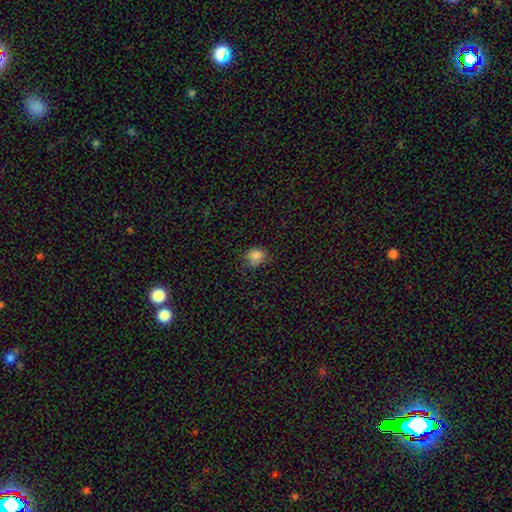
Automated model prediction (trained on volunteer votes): A smooth galaxy with no disk features (83%) that is round (63%).

Vote fractions:
- Smooth or featured? smooth: 83% / star or artifact: 12% / featured or disk: 5%
- How rounded? round: 63% / in between: 36% / cigar-shaped: 1%
- Merging? none: 68% / minor disturbance: 24% / major disturbance: 7% / merger: 2%